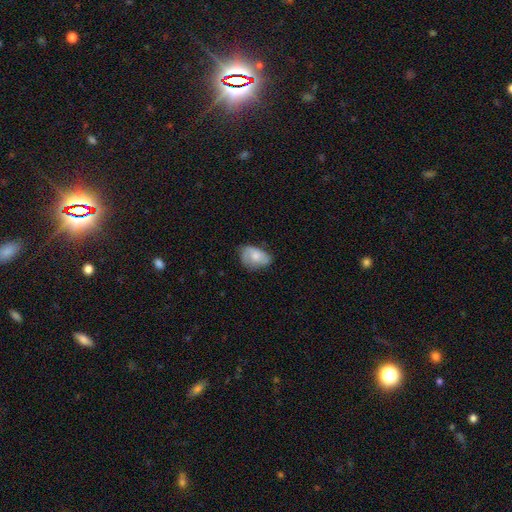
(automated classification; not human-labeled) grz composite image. It shows a smooth galaxy with no disk features (67%) that is in between round and cigar-shaped (86%). Merging: none (54%).